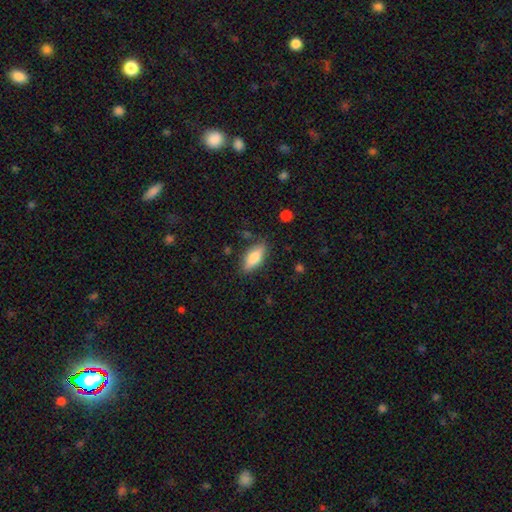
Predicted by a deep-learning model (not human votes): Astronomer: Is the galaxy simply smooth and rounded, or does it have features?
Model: smooth — 72%.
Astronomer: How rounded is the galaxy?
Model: in between — 73%.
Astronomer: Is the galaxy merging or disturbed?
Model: none — 83%.